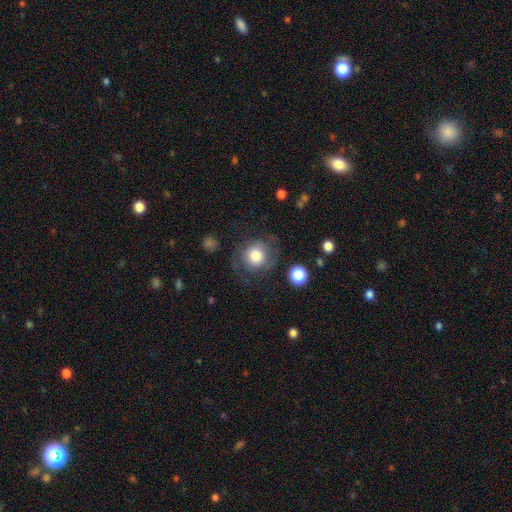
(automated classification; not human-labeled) Smooth or featured?
  - smooth: 68% *
  - featured or disk: 24%
  - star or artifact: 8%
How rounded?
  - round: 87% *
  - in between: 12%
  - cigar-shaped: 1%
Merging?
  - none: 63% *
  - minor disturbance: 18%
  - major disturbance: 17%
  - merger: 2%